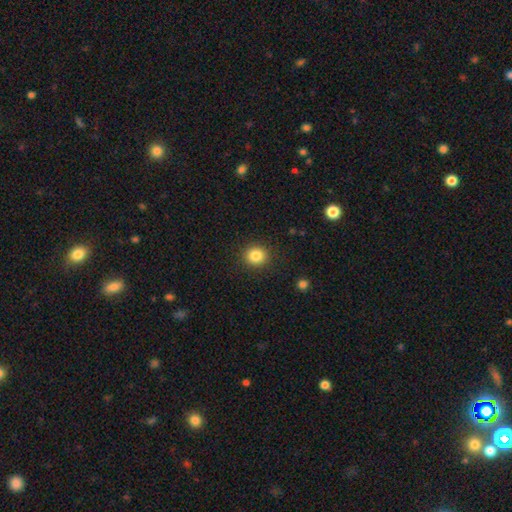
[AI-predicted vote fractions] A smooth galaxy with no disk features (84%) that is round (86%). Merging: none (90%).